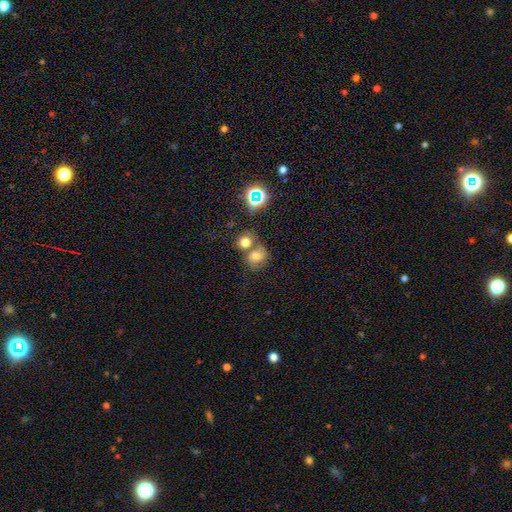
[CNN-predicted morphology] smooth 61%, star or artifact 20%, featured or disk 19%. Down the decision tree: how rounded — round (67%); merging — merger (42%).